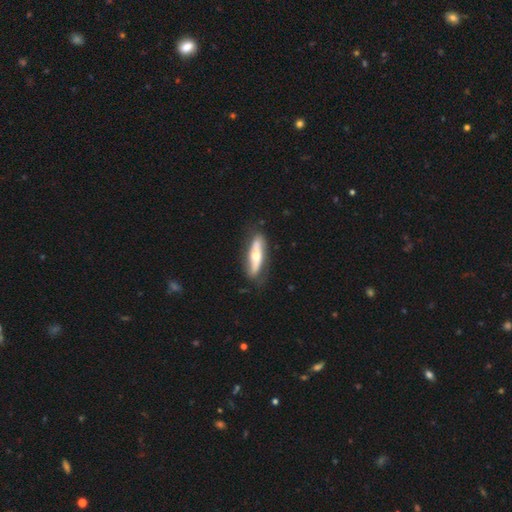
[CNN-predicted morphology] smooth_or_featured: featured or disk (p=0.59) [alt: smooth p=0.36]
disk_edge_on: yes (p=0.54) [alt: no p=0.46]
merging: none (p=0.73) [alt: minor disturbance p=0.18]